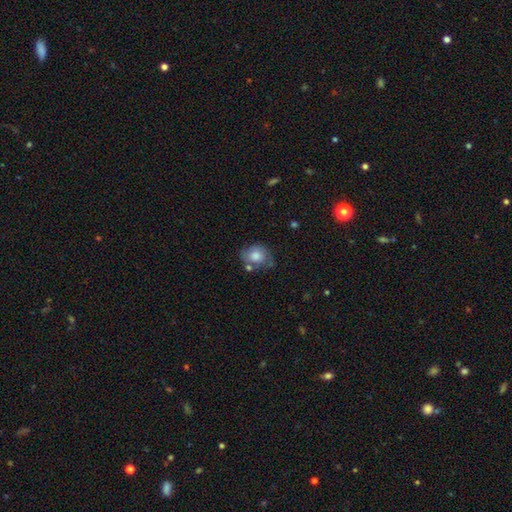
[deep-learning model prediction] The model was most divided on "how rounded": round: 54%, in between: 45%, cigar-shaped: 1%. More confident: smooth or featured — smooth (67%); merging — none (56%).